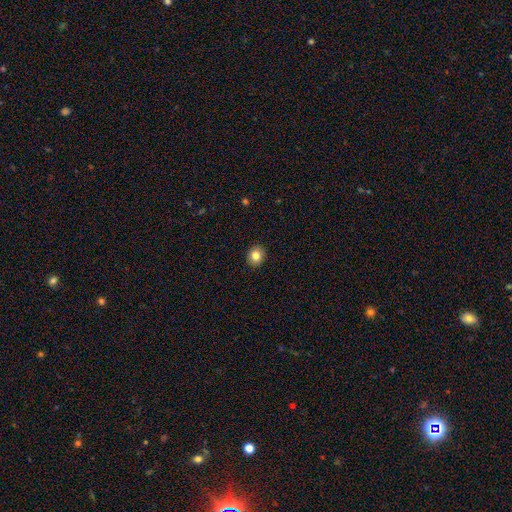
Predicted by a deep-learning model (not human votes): Smooth or featured: smooth — 83% (star or artifact — 10%)
How rounded: round — 75% (in between — 24%)
Merging: none — 91% (minor disturbance — 6%)